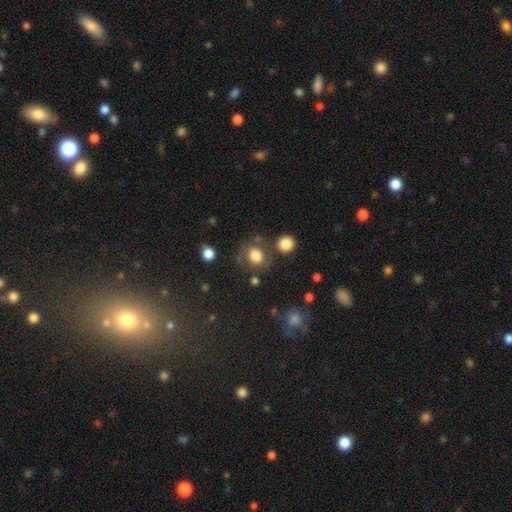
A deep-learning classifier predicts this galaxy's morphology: Q: Smooth or featured?
A: smooth (80%); runner-up: star or artifact (12%)
Q: How rounded?
A: round (65%); runner-up: in between (34%)
Q: Merging?
A: none (70%); runner-up: minor disturbance (14%)